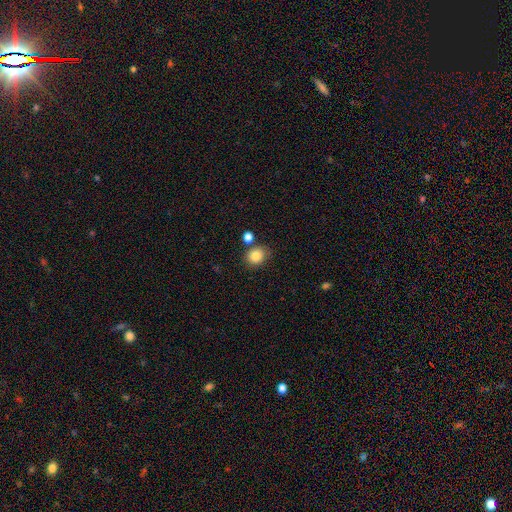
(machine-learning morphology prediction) This is clearly a smooth galaxy (85%). How rounded: likely round (64%). Merging: likely none (74%).